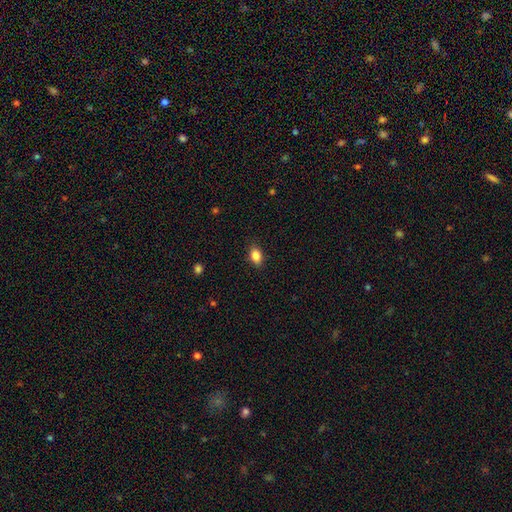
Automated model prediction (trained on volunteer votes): Overall: smooth (85%). How rounded: in between (83%). Merging: none (85%).